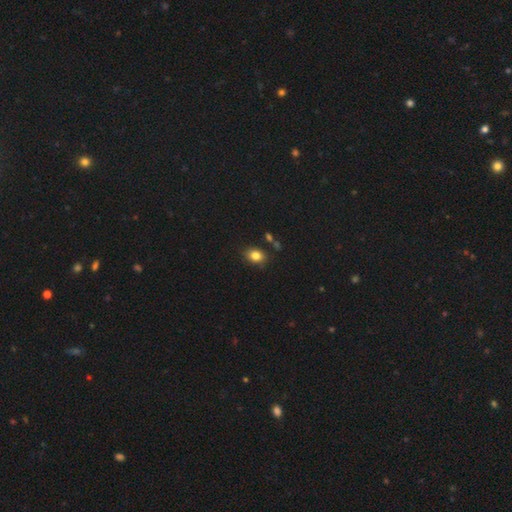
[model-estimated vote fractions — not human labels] smooth 83%, star or artifact 10%, featured or disk 7%. Down the decision tree: how rounded — in between (64%); merging — none (80%).